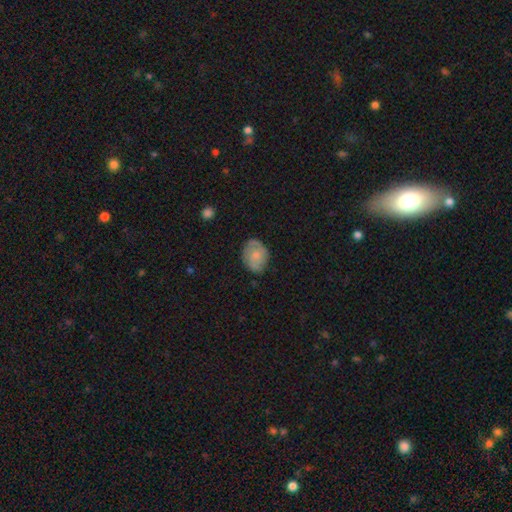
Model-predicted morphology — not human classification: Smooth or featured? smooth (56%)
How rounded? in between (59%)
Merging? none (70%)